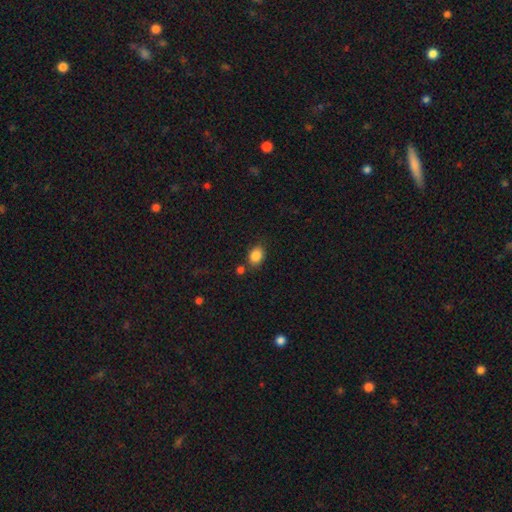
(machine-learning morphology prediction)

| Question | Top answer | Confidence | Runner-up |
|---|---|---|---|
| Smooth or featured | smooth | 86% | star or artifact (9%) |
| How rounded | in between | 58% | round (41%) |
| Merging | none | 76% | minor disturbance (12%) |